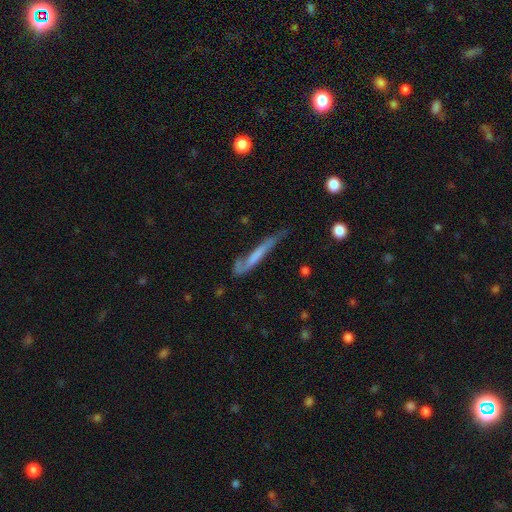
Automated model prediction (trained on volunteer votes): This appears to be a featured or disk galaxy (46%, tied with smooth). Merging: none (40%).